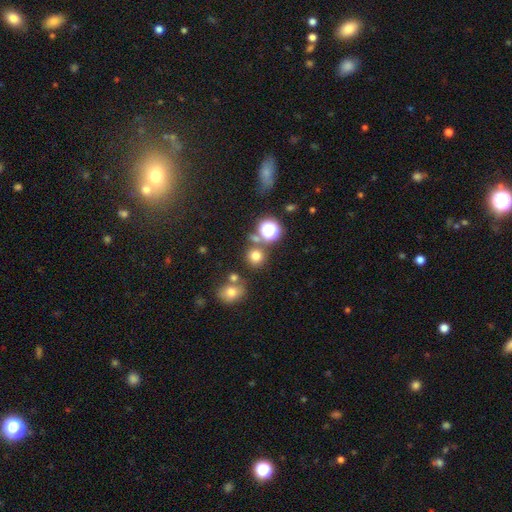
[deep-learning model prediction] Smooth or featured? Predicted: smooth (p=0.71). How rounded? Predicted: round (p=0.87). Merging? Predicted: none (p=0.74).